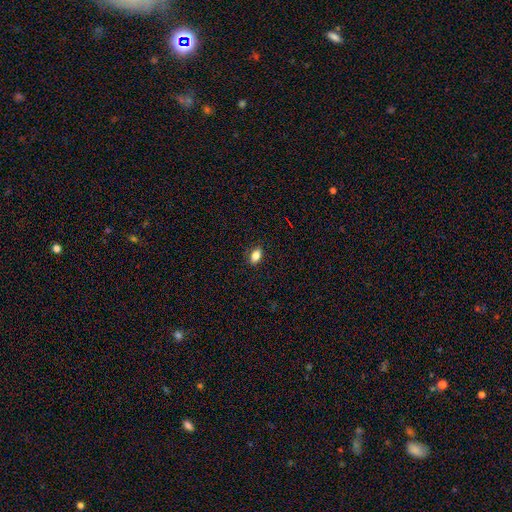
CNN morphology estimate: type=smooth (83%); roundness=in between (86%); merging=none (87%).